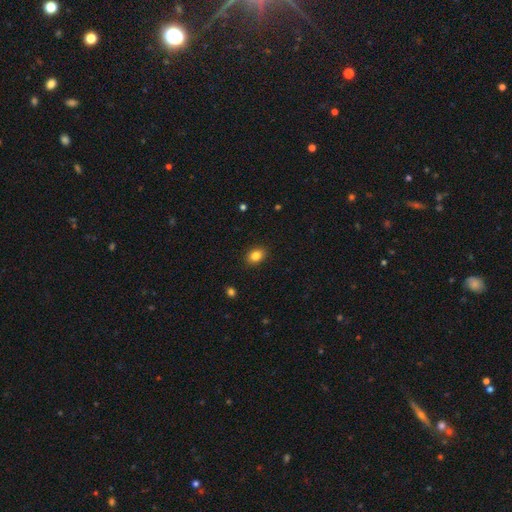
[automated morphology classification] Smooth or featured? smooth (85%)
How rounded? in between (71%)
Merging? none (88%)